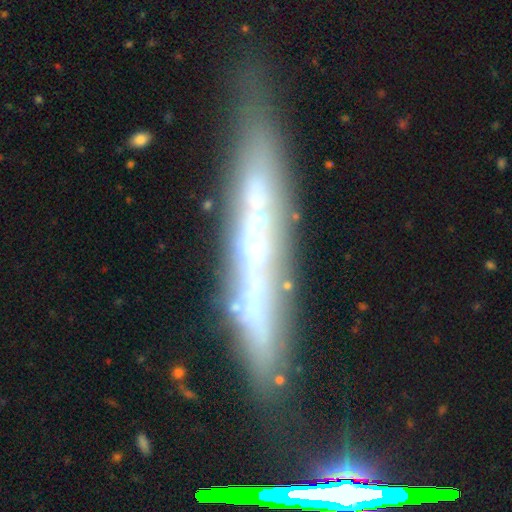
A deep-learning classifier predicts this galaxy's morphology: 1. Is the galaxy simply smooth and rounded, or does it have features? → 70% featured or disk, 17% smooth, 13% star or artifact.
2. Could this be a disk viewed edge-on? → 83% yes, 17% no.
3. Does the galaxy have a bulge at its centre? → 63% none, 28% rounded, 8% boxy.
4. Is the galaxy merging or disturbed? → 77% none, 15% minor disturbance, 4% major disturbance, 3% merger.